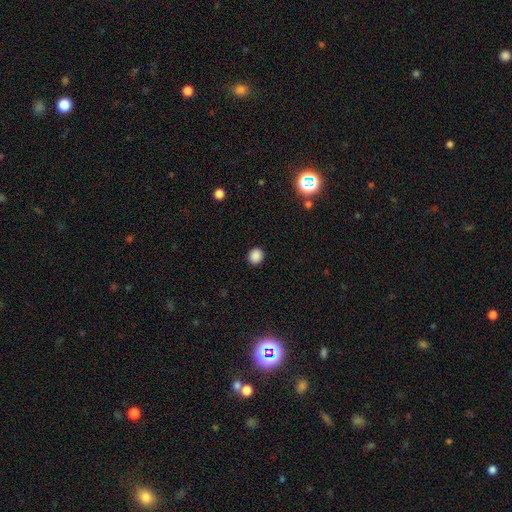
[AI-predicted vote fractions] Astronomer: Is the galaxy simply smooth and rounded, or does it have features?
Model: smooth — 87%.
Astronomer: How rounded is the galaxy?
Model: round — 78%.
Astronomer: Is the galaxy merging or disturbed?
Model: none — 90%.